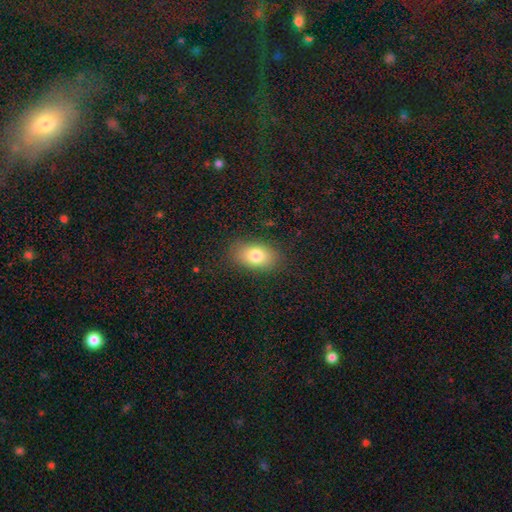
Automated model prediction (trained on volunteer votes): This is likely a smooth galaxy (79%). How rounded: clearly in between (86%). Merging: clearly none (84%).